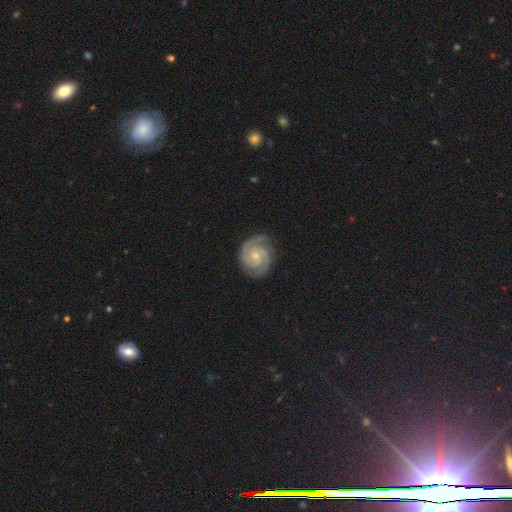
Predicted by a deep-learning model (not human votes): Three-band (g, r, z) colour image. It shows a featured or disk galaxy (92%) with no bar (64%), 2 (77%) tight (74%) spiral arms (99%) and a small central bulge (64%). Merging: none (83%).